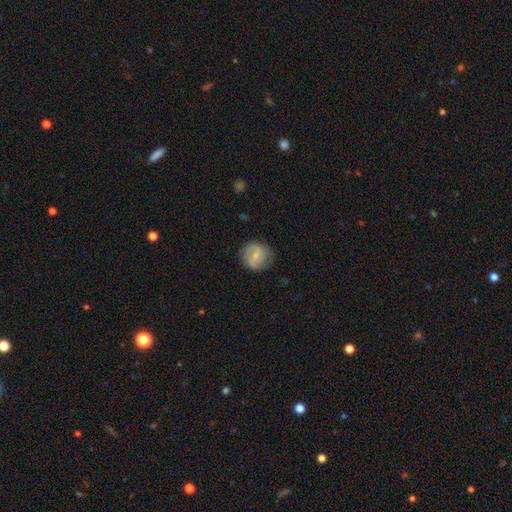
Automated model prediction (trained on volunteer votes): Smooth or featured: featured or disk — 53% (smooth — 40%)
Edge-on disk: no — 98% (yes — 2%)
Bar: weak — 52% (no — 33%)
Spiral arms: yes — 84% (no — 16%)
Bulge size: small — 60% (moderate — 31%)
Merging: none — 77% (minor disturbance — 17%)